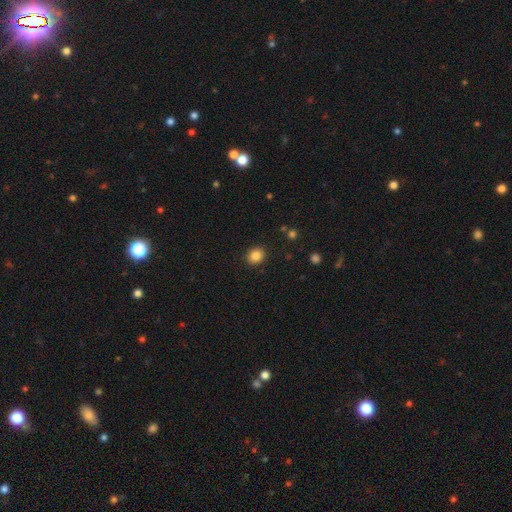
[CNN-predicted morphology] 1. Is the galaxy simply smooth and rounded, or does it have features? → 85% smooth, 10% star or artifact, 5% featured or disk.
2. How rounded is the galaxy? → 72% round, 27% in between, 1% cigar-shaped.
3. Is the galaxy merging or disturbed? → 90% none, 7% minor disturbance, 2% major disturbance, 1% merger.